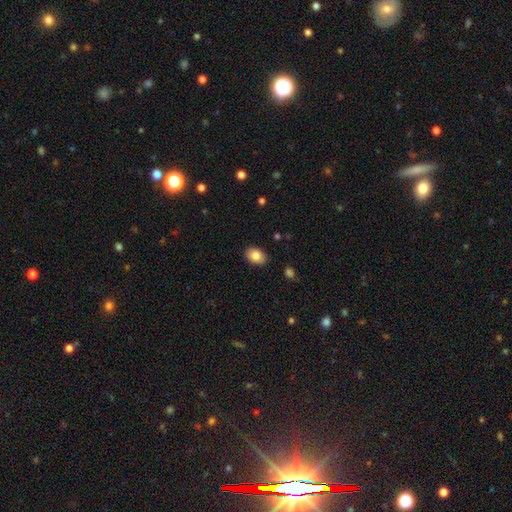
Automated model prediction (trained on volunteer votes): Smooth or featured?
  - smooth: 84% *
  - featured or disk: 8%
  - star or artifact: 8%
How rounded?
  - in between: 81% *
  - round: 18%
  - cigar-shaped: 1%
Merging?
  - none: 87% *
  - minor disturbance: 9%
  - major disturbance: 2%
  - merger: 1%